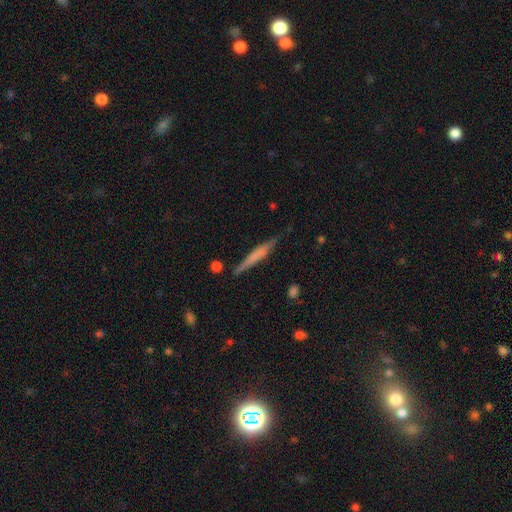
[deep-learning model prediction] smooth_or_featured: smooth (p=0.48) [alt: featured or disk p=0.45]
merging: none (p=0.83) [alt: minor disturbance p=0.12]